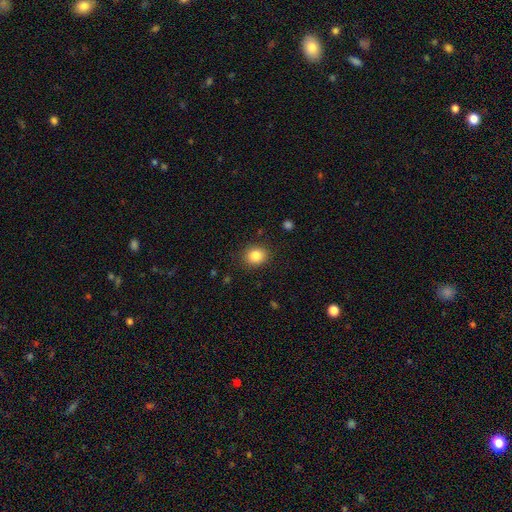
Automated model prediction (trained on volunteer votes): The model was most divided on "how rounded": round: 69%, in between: 30%, cigar-shaped: 1%. More confident: merging — none (88%); smooth or featured — smooth (84%).